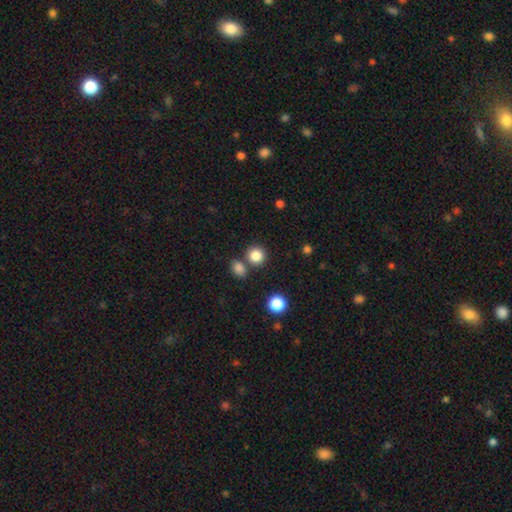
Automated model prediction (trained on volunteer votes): The model was most divided on "merging": none: 75%, merger: 14%, minor disturbance: 8%, major disturbance: 3%. More confident: how rounded — round (89%); smooth or featured — smooth (84%).